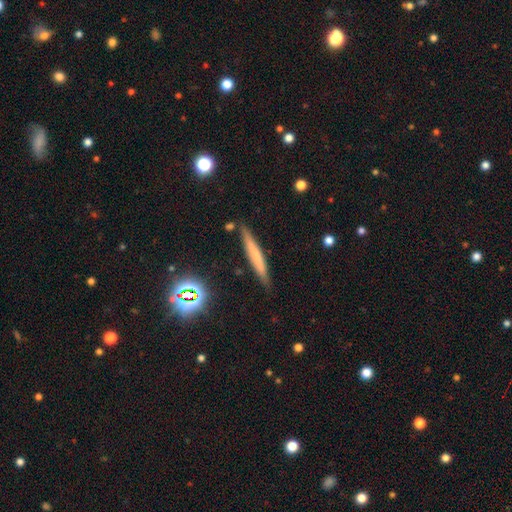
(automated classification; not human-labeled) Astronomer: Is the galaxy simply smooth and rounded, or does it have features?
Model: smooth — 57% (runner-up: featured or disk, 32%).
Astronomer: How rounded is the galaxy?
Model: cigar-shaped — 95%.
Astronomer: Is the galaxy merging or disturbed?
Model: none — 86%.